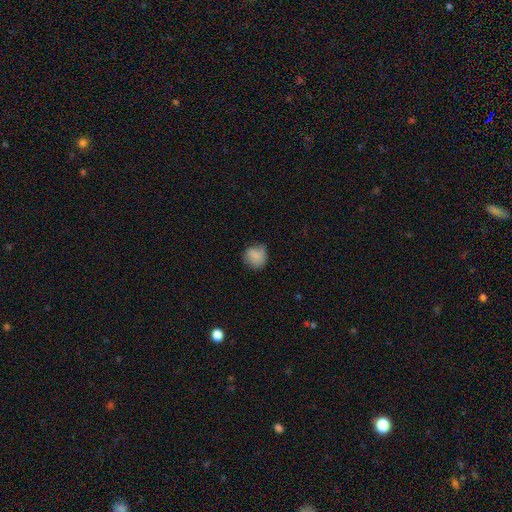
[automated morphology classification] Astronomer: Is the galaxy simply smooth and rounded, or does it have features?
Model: smooth — 81%.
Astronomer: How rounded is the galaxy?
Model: round — 81%.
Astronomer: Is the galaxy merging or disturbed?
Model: none — 58%.